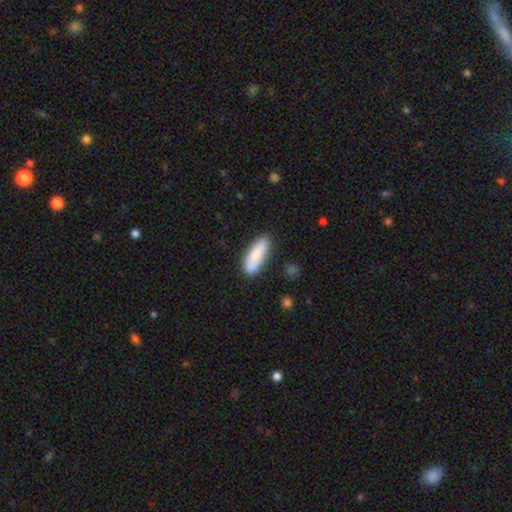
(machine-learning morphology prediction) Smooth or featured? smooth (83%)
How rounded? in between (57%)
Merging? none (80%)